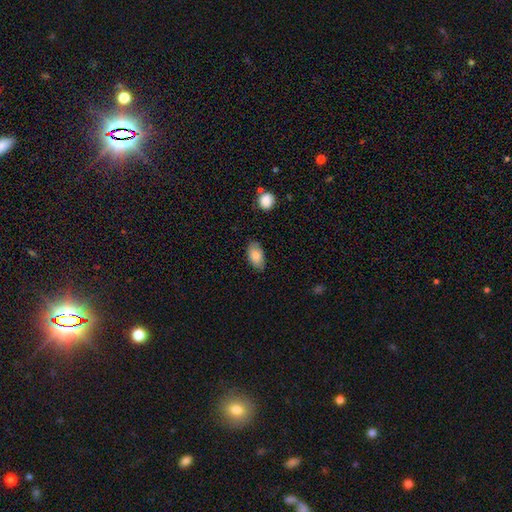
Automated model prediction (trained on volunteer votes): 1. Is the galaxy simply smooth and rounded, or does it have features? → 84% smooth, 9% featured or disk, 7% star or artifact.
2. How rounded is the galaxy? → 93% in between, 5% round, 2% cigar-shaped.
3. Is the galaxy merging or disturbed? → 80% none, 16% minor disturbance, 3% major disturbance, 1% merger.